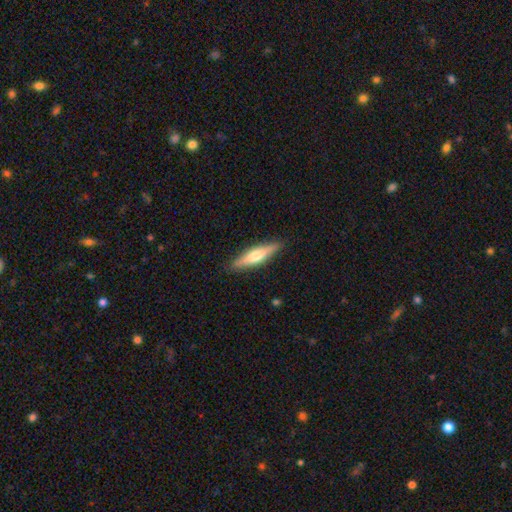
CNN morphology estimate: type=featured or disk (49%); merging=none (89%).